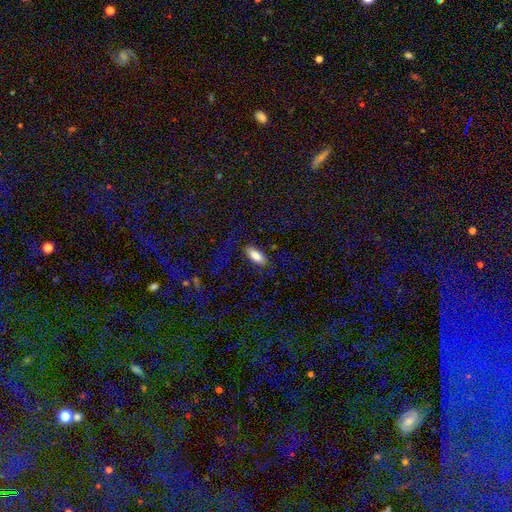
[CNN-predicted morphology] A smooth galaxy with no disk features (82%) that is in between round and cigar-shaped (81%).

Vote fractions:
- Smooth or featured? smooth: 82% / featured or disk: 11% / star or artifact: 7%
- How rounded? in between: 81% / cigar-shaped: 17% / round: 2%
- Merging? none: 79% / minor disturbance: 13% / major disturbance: 7% / merger: 1%